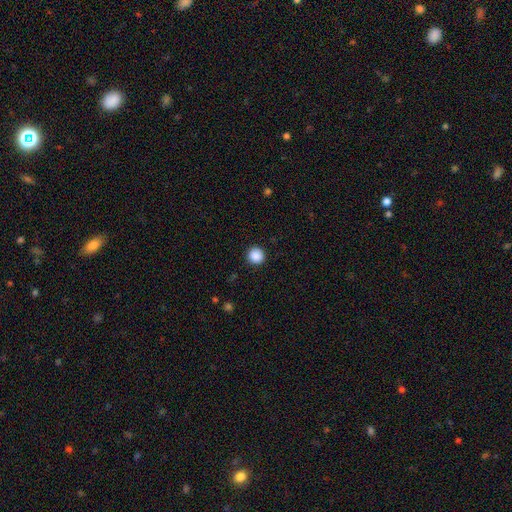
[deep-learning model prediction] Smooth or featured? Predicted: smooth (p=0.88). How rounded? Predicted: round (p=0.95). Merging? Predicted: none (p=0.92).